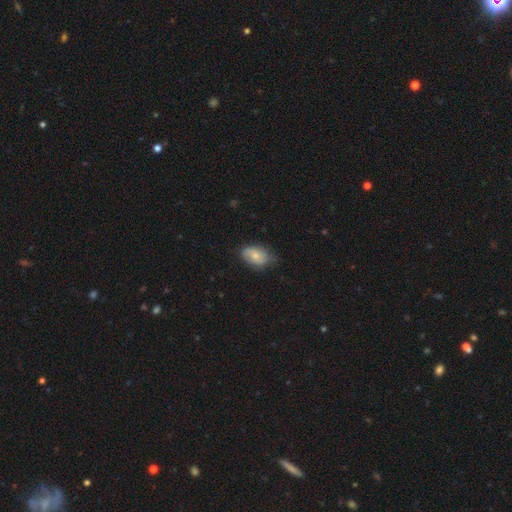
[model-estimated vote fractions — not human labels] smooth_or_featured: smooth (p=0.69) [alt: featured or disk p=0.24]
how_rounded: in between (p=0.88) [alt: round p=0.10]
merging: none (p=0.65) [alt: minor disturbance p=0.29]